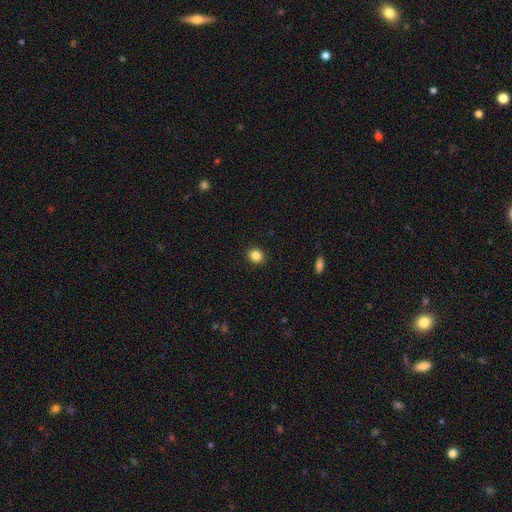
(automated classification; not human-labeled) A smooth galaxy with no disk features (85%) that is round (75%).

Vote fractions:
- Smooth or featured? smooth: 85% / star or artifact: 11% / featured or disk: 4%
- How rounded? round: 75% / in between: 24% / cigar-shaped: 1%
- Merging? none: 92% / minor disturbance: 6% / major disturbance: 2% / merger: 1%